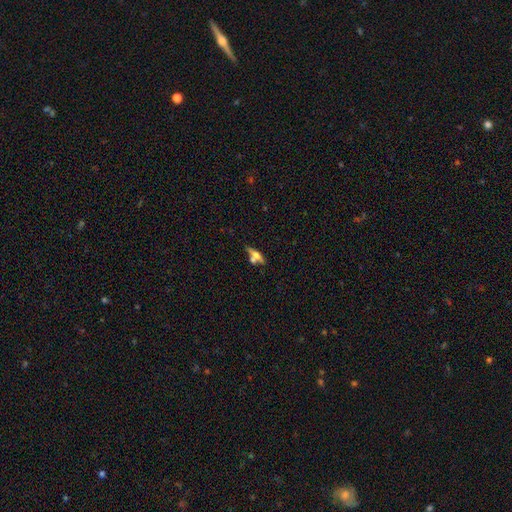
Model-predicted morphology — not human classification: Smooth or featured? featured or disk (50%)
Edge-on disk? yes (87%)
Merging? none (53%)